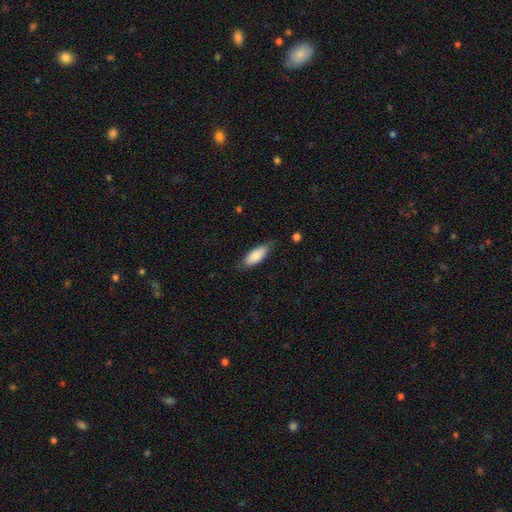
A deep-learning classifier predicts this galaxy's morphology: A smooth galaxy with no disk features (83%) that is in between round and cigar-shaped (77%).

Vote fractions:
- Smooth or featured? smooth: 83% / featured or disk: 11% / star or artifact: 6%
- How rounded? in between: 77% / cigar-shaped: 21% / round: 2%
- Merging? none: 67% / minor disturbance: 26% / major disturbance: 6% / merger: 1%